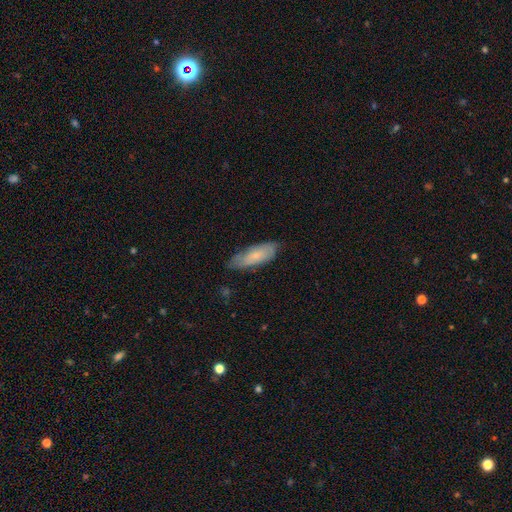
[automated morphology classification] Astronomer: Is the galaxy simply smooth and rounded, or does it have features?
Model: smooth — 69%.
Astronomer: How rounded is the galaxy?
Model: in between — 63%.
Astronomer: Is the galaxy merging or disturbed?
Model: none — 72%.